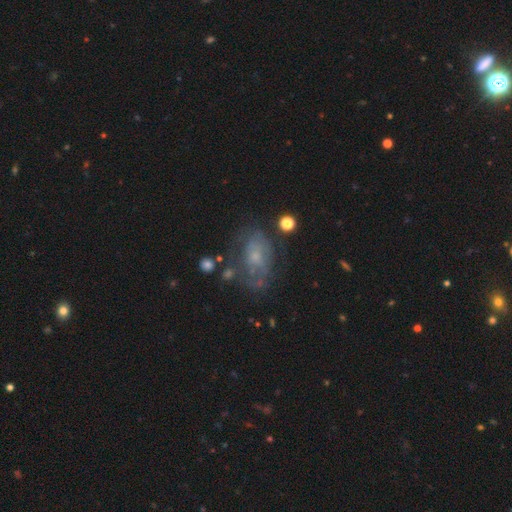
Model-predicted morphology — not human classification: Q: Smooth or featured?
A: featured or disk (58%); runner-up: smooth (30%)
Q: Edge-on disk?
A: no (96%); runner-up: yes (4%)
Q: Bar?
A: no (77%); runner-up: weak (20%)
Q: Spiral arms?
A: yes (56%); runner-up: no (44%)
Q: Bulge size?
A: small (61%); runner-up: moderate (26%)
Q: Merging?
A: none (55%); runner-up: minor disturbance (23%)